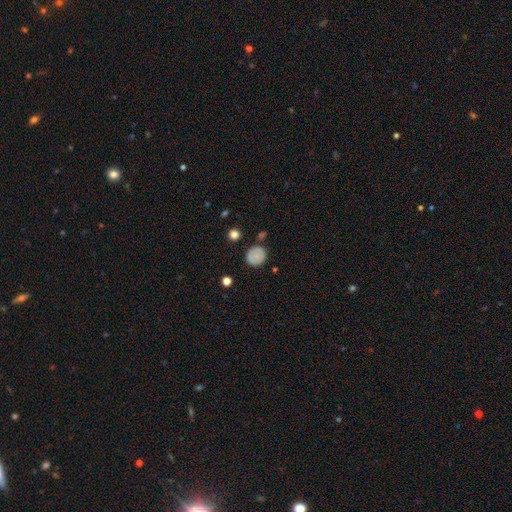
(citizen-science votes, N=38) Smooth or featured? smooth (68%)
How rounded? round (88%)
Merging? none (83%)